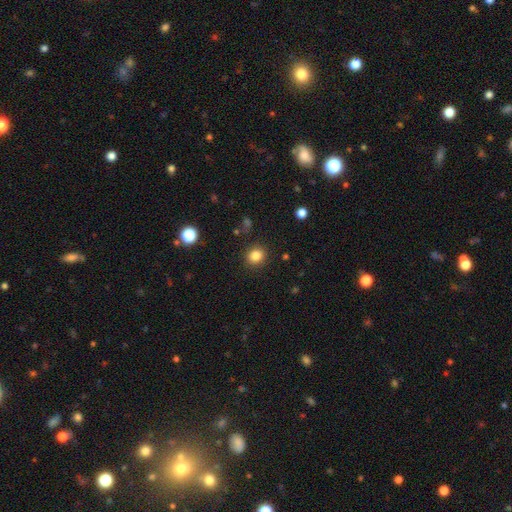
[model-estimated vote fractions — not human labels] Smooth or featured? Predicted: smooth (p=0.83). How rounded? Predicted: round (p=0.82). Merging? Predicted: none (p=0.89).